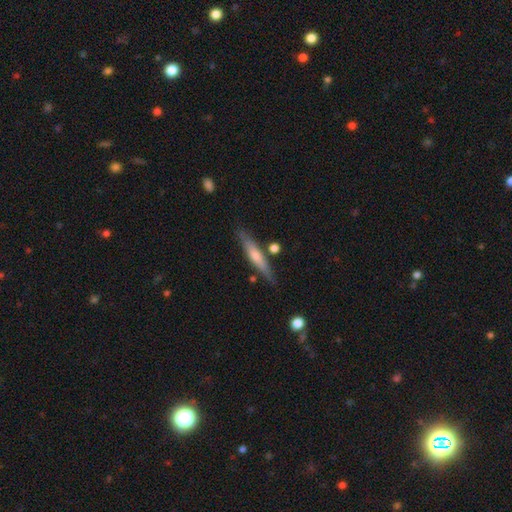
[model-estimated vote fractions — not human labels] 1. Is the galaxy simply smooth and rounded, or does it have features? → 47% featured or disk (tied), 47% smooth (tied), 6% star or artifact.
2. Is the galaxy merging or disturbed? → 81% none, 12% minor disturbance, 5% merger, 2% major disturbance.